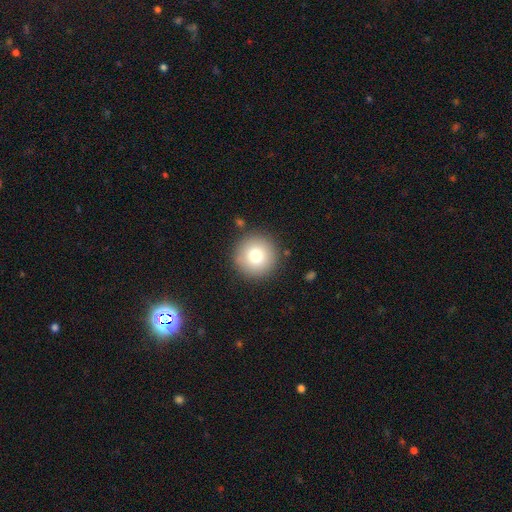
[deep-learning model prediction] The model was most divided on "smooth or featured": smooth: 76%, featured or disk: 12%, star or artifact: 11%. More confident: how rounded — round (96%); merging — none (89%).